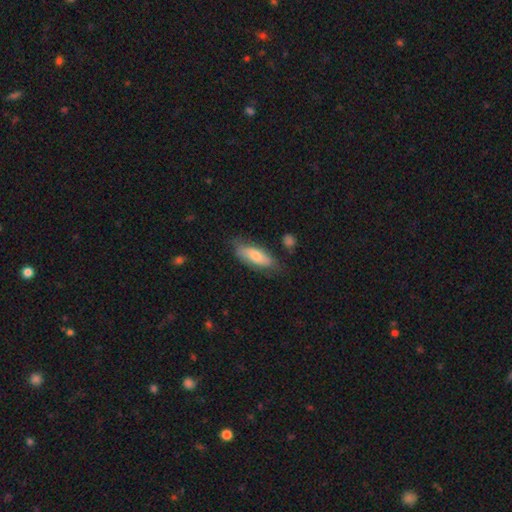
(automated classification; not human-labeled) The model was most divided on "how rounded": in between: 59%, cigar-shaped: 39%, round: 2%. More confident: merging — none (74%); smooth or featured — smooth (64%).